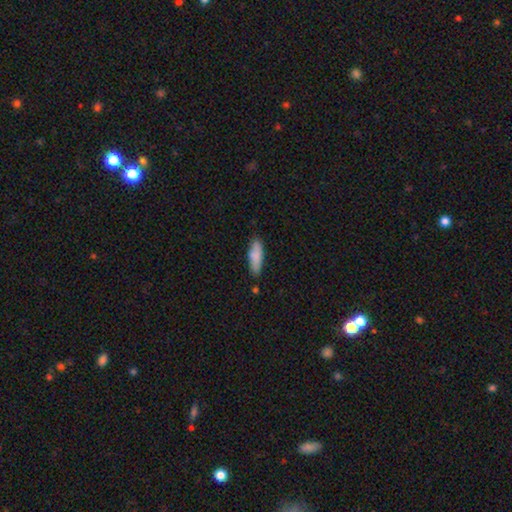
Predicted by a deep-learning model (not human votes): Smooth or featured?
  - smooth: 83% *
  - featured or disk: 11%
  - star or artifact: 6%
How rounded?
  - cigar-shaped: 50% *
  - in between: 49%
  - round: 2%
Merging?
  - none: 74% *
  - minor disturbance: 19%
  - merger: 4%
  - major disturbance: 4%